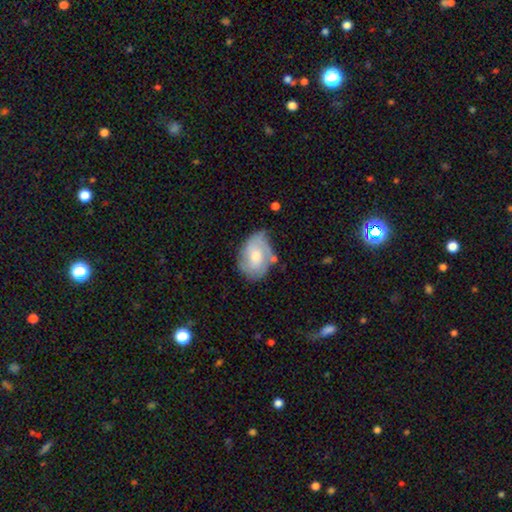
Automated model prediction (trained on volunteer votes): Overall: smooth (49%; featured or disk 44%). Merging: none (48%; minor disturbance 33%).